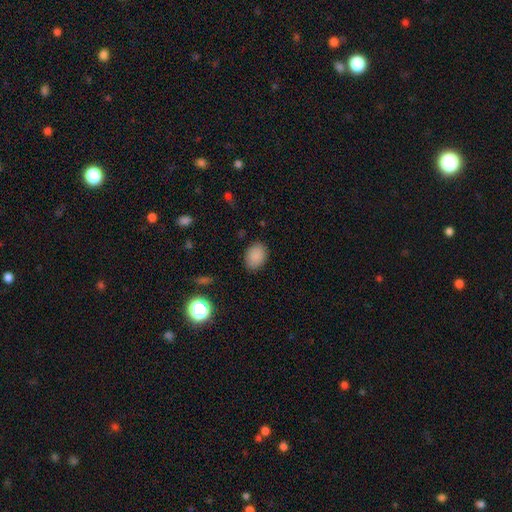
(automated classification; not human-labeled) Smooth or featured?
  - smooth: 87% *
  - star or artifact: 10%
  - featured or disk: 4%
How rounded?
  - in between: 69% *
  - round: 30%
  - cigar-shaped: 1%
Merging?
  - none: 86% *
  - minor disturbance: 10%
  - major disturbance: 3%
  - merger: 1%